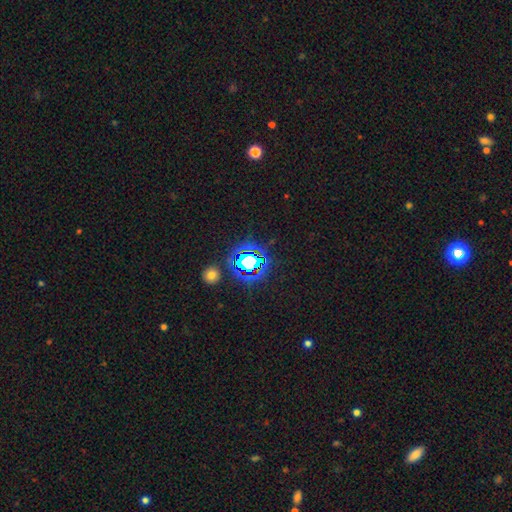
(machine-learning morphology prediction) smooth-or-featured: star or artifact: 79% | smooth: 14% | featured or disk: 7%